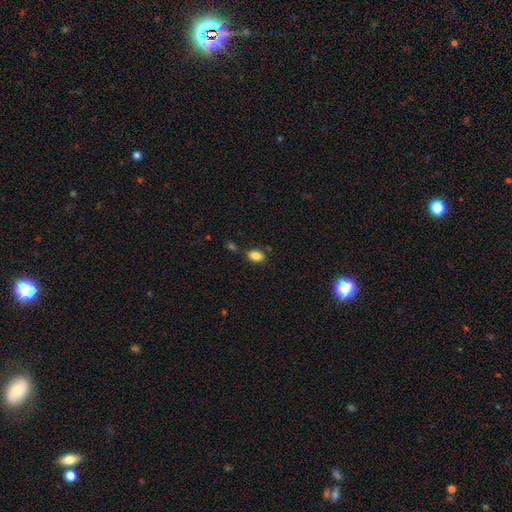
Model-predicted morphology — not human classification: smooth 84%, star or artifact 9%, featured or disk 7%. Down the decision tree: how rounded — in between (88%); merging — none (74%).